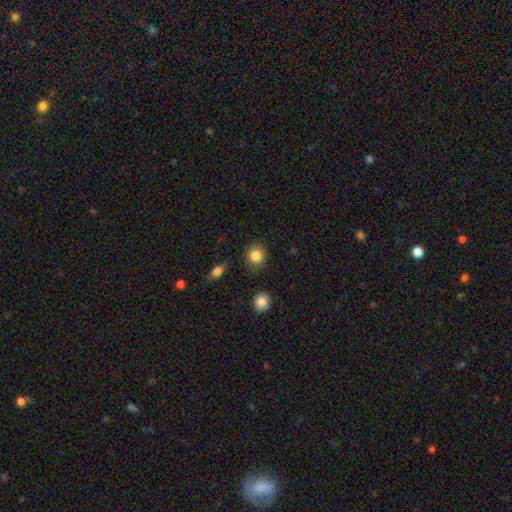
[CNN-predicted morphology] type=smooth (86%); roundness=round (85%); merging=none (85%).